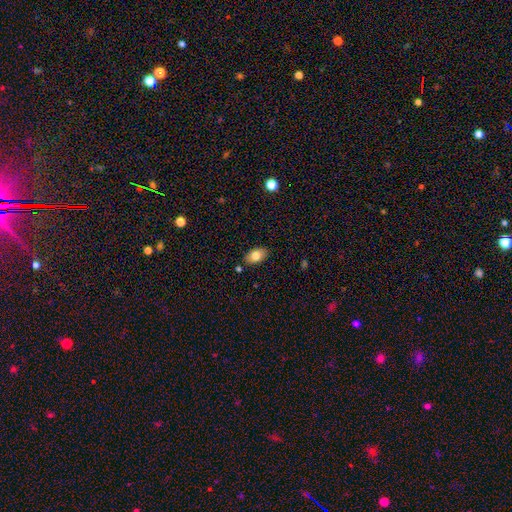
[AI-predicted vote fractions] Smooth or featured? smooth (80%)
How rounded? in between (91%)
Merging? none (85%)